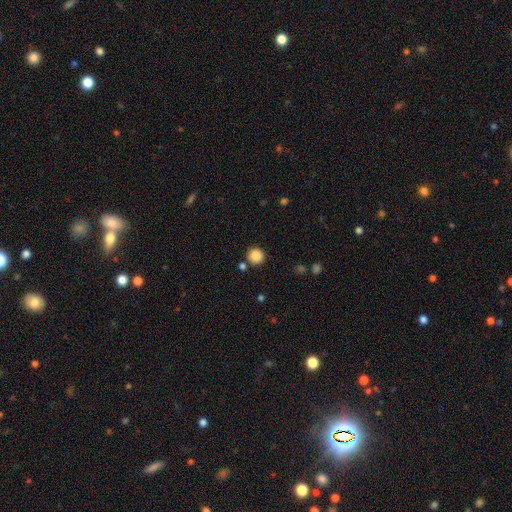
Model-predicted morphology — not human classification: The model was most divided on "smooth or featured": smooth: 87%, star or artifact: 10%, featured or disk: 3%. More confident: how rounded — round (94%); merging — none (84%).